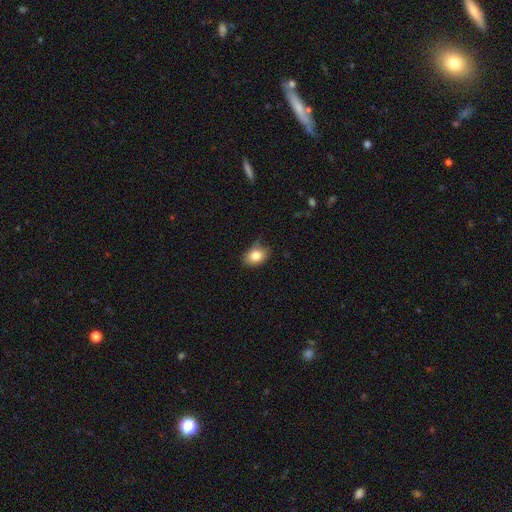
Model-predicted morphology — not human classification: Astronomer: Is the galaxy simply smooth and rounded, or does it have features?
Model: smooth — 82%.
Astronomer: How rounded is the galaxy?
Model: in between — 73%.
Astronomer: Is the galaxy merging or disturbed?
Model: none — 70%.